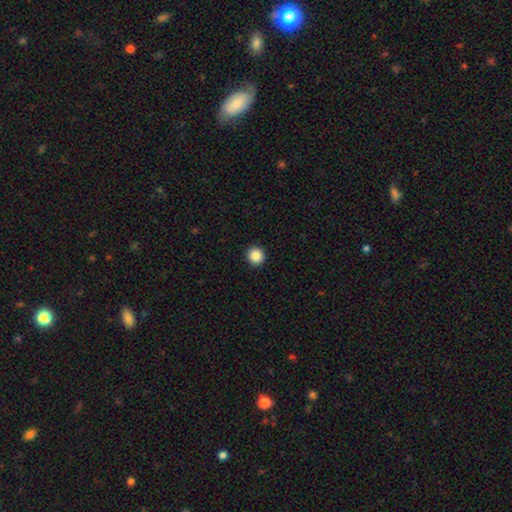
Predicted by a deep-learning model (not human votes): This appears to be a smooth galaxy with no disk features (87%) that is round (95%). Merging: none (94%).